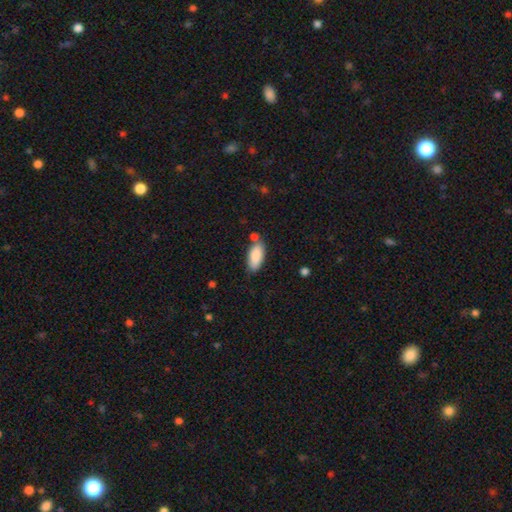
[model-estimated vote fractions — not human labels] Smooth or featured? Predicted: smooth (p=0.87). How rounded? Predicted: in between (p=0.87). Merging? Predicted: none (p=0.73).